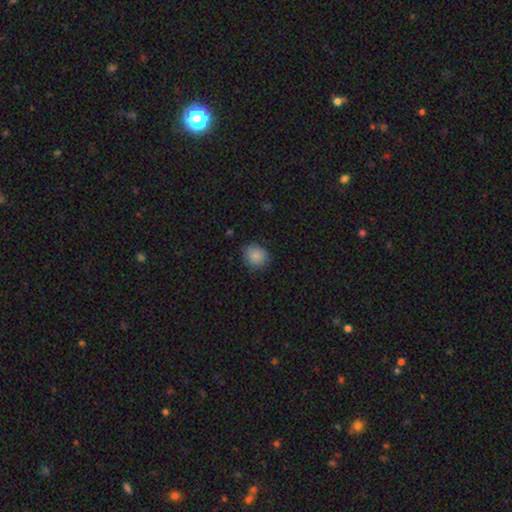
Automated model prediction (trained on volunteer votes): Smooth or featured: smooth — 87% (star or artifact — 9%)
How rounded: round — 77% (in between — 22%)
Merging: none — 83% (minor disturbance — 13%)